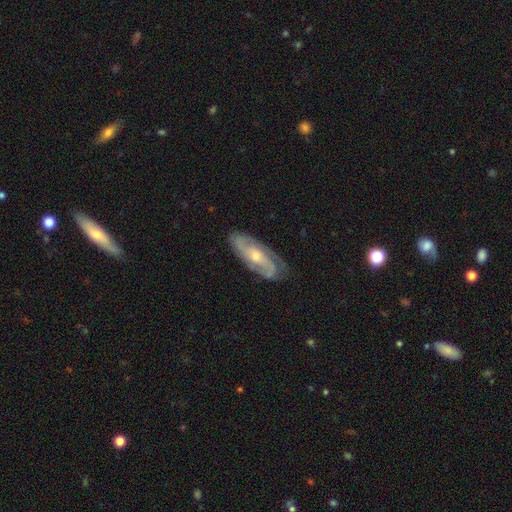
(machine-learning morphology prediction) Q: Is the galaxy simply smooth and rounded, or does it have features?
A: featured or disk — 83%.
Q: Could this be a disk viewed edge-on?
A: no — 91%.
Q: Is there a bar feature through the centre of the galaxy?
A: no — 60%.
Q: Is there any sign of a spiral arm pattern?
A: yes — 95%.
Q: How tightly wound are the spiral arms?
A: tight — 45%.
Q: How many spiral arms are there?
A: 2 — 62%.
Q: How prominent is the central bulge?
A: moderate — 51%.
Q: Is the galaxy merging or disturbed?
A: none — 79%.